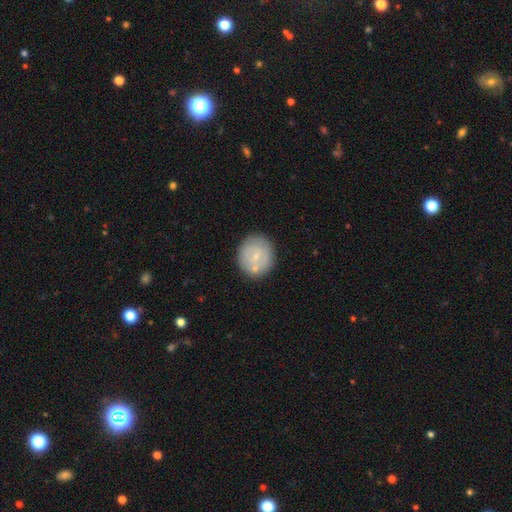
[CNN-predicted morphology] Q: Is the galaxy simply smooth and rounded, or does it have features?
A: smooth — 59%.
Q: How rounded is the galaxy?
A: round — 85%.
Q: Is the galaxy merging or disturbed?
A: none — 75%.